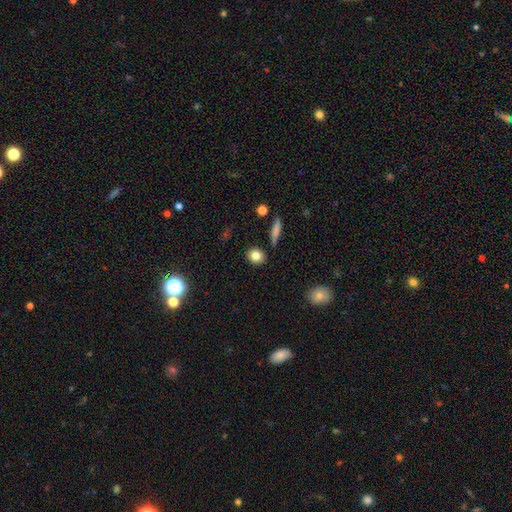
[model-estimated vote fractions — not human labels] smooth_or_featured: smooth (p=0.82) [alt: star or artifact p=0.09]
how_rounded: round (p=0.59) [alt: in between p=0.39]
merging: none (p=0.87) [alt: minor disturbance p=0.08]